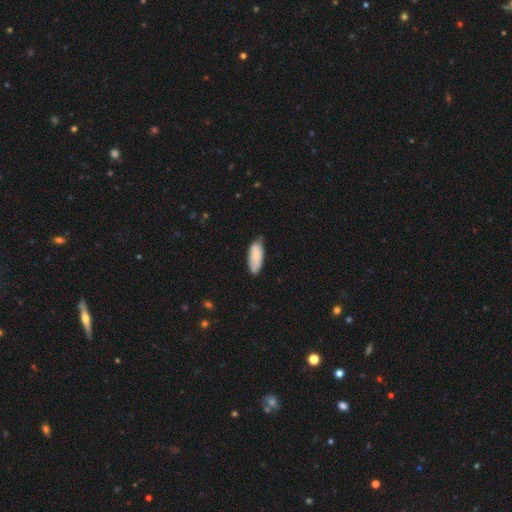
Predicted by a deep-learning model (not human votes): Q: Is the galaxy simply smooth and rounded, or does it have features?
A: smooth — 81%.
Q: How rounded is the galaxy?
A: in between — 79%.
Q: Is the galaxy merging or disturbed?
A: none — 65%.